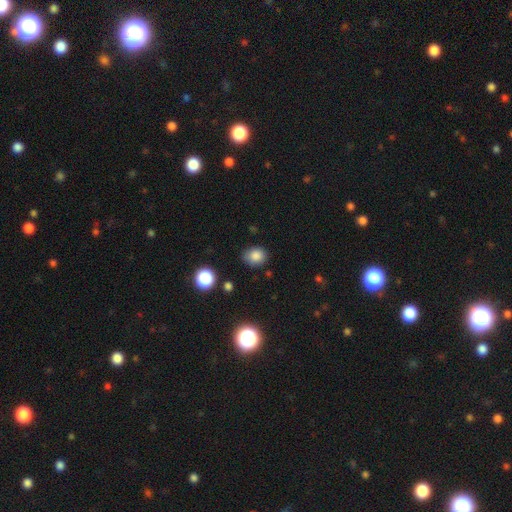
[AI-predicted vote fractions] A smooth galaxy with no disk features (84%) that is round (61%). Merging: none (78%).